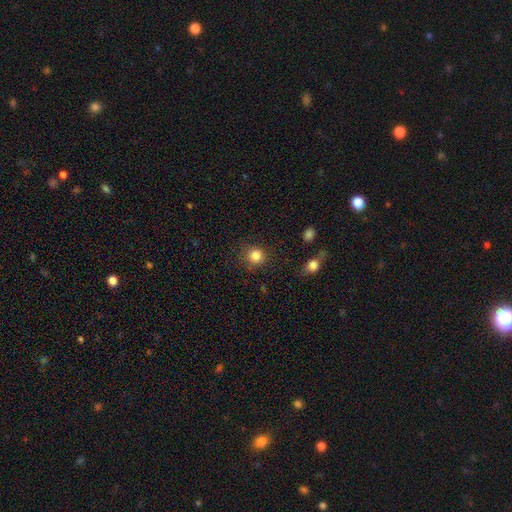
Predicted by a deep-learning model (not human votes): Overall: smooth (84%). How rounded: round (91%). Merging: none (85%).